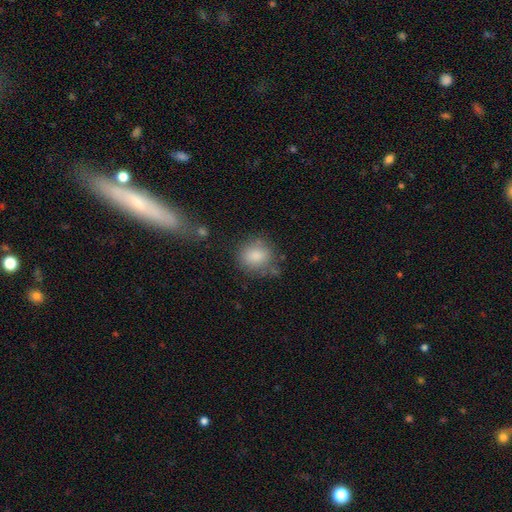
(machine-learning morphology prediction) smooth 84%, star or artifact 9%, featured or disk 7%. Down the decision tree: how rounded — round (77%); merging — none (70%).